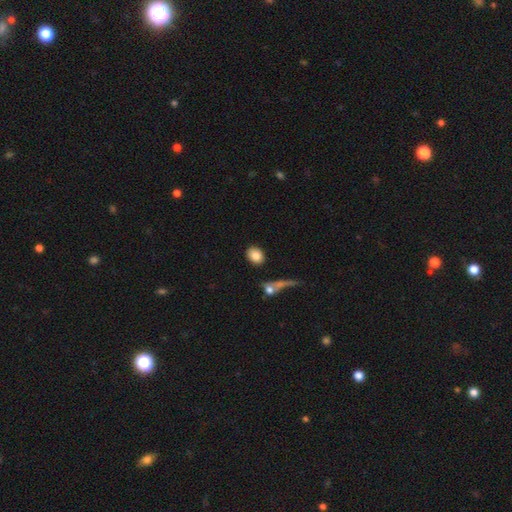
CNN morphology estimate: This appears to be a smooth galaxy with no disk features (84%) that is in between round and cigar-shaped (56%). Merging: none (82%).